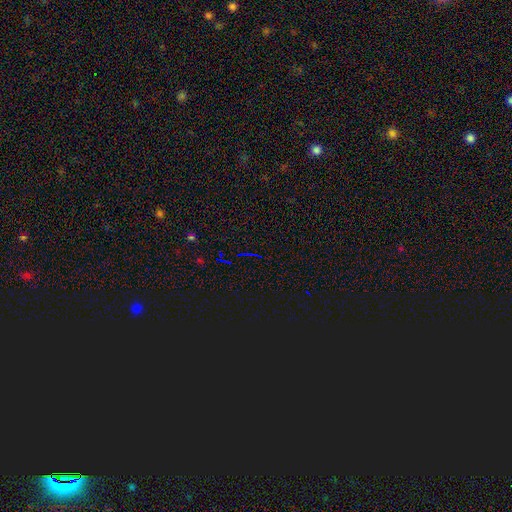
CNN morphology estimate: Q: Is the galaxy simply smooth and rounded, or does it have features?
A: star or artifact — 78%.